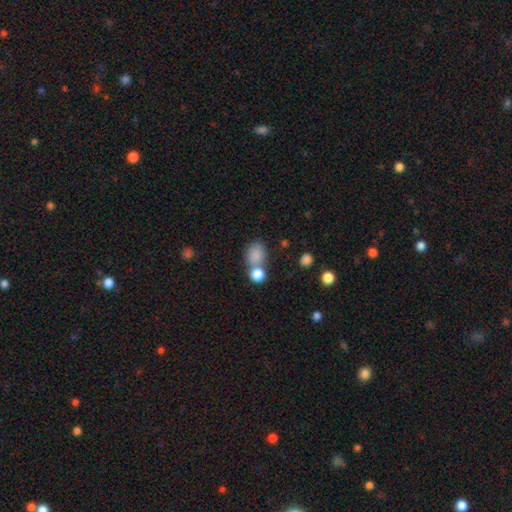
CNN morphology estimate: smooth 83%, star or artifact 11%, featured or disk 6%. Down the decision tree: how rounded — round (50%); merging — none (53%).